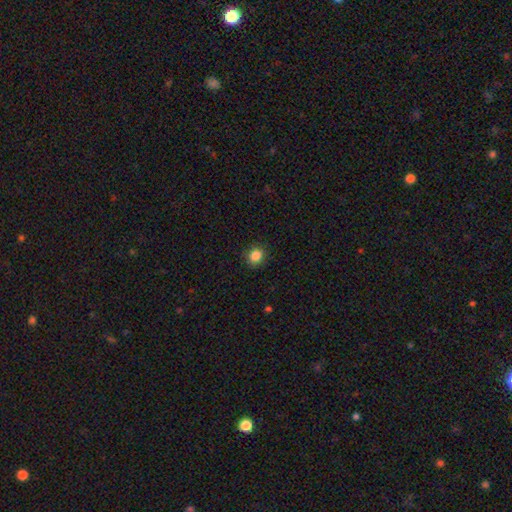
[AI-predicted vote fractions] This appears to be a smooth galaxy with no disk features (85%) that is round (78%). Merging: none (88%).